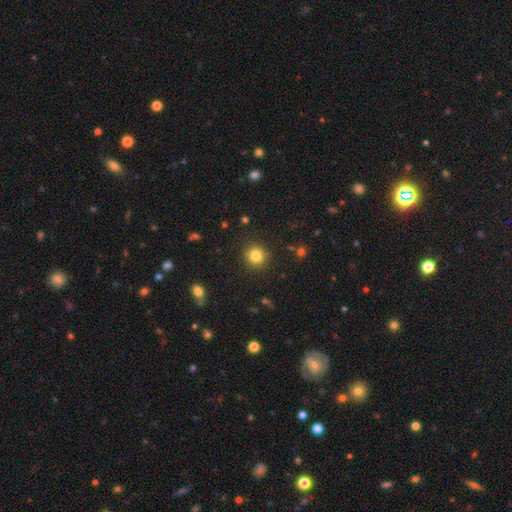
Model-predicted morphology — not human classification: smooth-or-featured: smooth: 82% | star or artifact: 12% | featured or disk: 6%
  how-rounded: round: 91% | in between: 8% | cigar-shaped: 1%
  merging: none: 89% | minor disturbance: 7% | major disturbance: 2% | merger: 1%